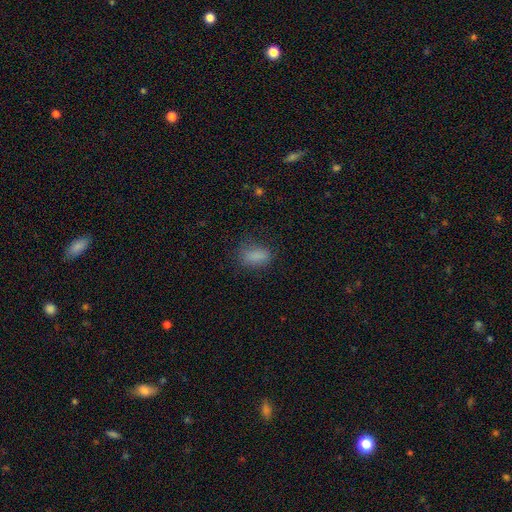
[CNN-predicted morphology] This is clearly a smooth galaxy (82%). How rounded: clearly in between (85%). Merging: likely none (71%).